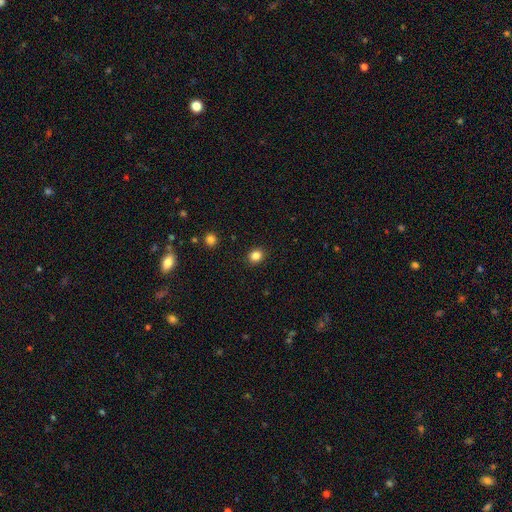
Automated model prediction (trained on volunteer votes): A smooth galaxy with no disk features (84%) that is round (74%). Merging: none (91%).